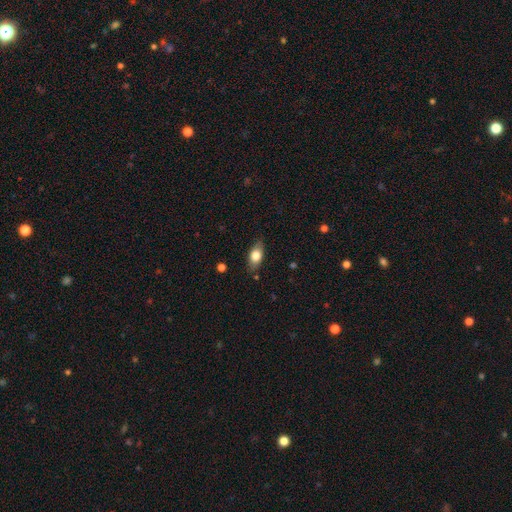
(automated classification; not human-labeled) Smooth or featured: smooth — 76% (featured or disk — 16%)
How rounded: in between — 86% (round — 7%)
Merging: none — 81% (minor disturbance — 15%)